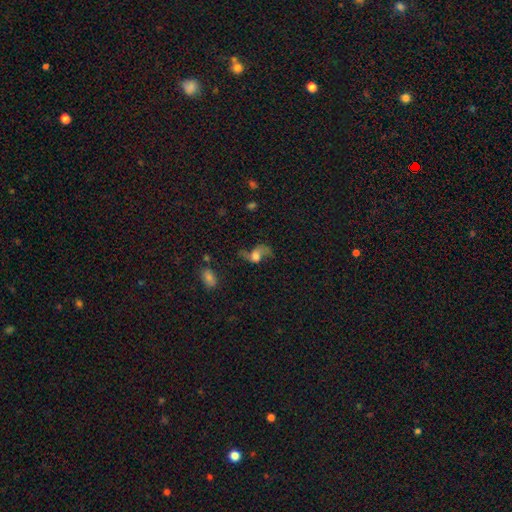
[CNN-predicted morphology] Smooth or featured? featured or disk (47%)
Merging? major disturbance (40%)